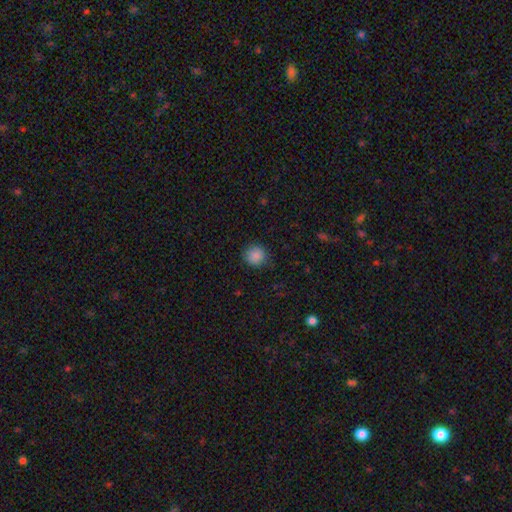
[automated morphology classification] A smooth galaxy with no disk features (87%) that is round (92%). Merging: none (87%).